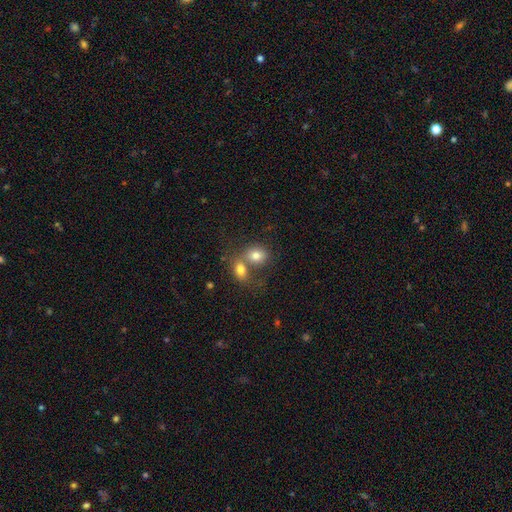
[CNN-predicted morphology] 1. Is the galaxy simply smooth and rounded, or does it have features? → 76% smooth, 13% featured or disk, 11% star or artifact.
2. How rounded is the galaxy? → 50% in between, 49% round, 1% cigar-shaped.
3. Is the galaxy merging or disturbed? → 57% merger, 31% none, 8% minor disturbance, 4% major disturbance.